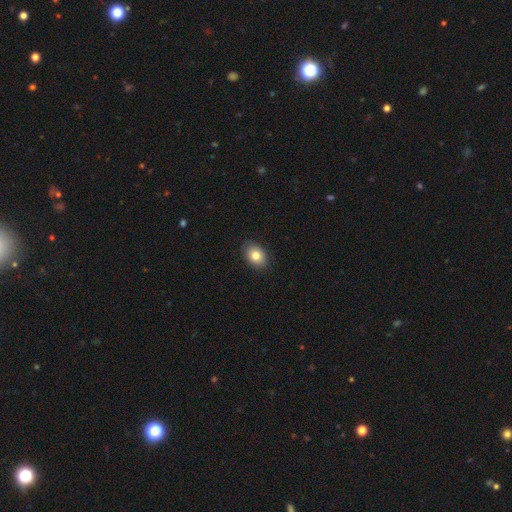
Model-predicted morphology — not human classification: type=smooth (81%); roundness=in between (73%); merging=none (87%).